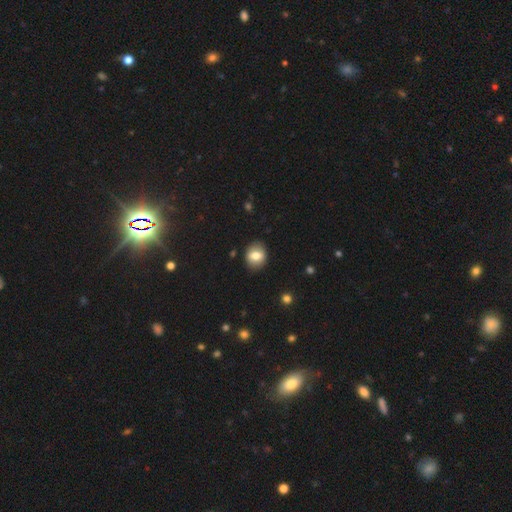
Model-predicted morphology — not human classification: Smooth or featured? smooth (72%)
How rounded? round (53%)
Merging? none (85%)